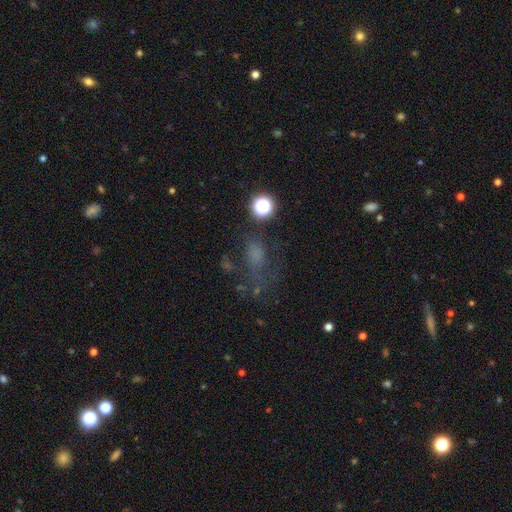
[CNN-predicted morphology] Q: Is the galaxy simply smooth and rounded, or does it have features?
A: smooth — 43%.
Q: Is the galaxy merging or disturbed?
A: none — 40%.